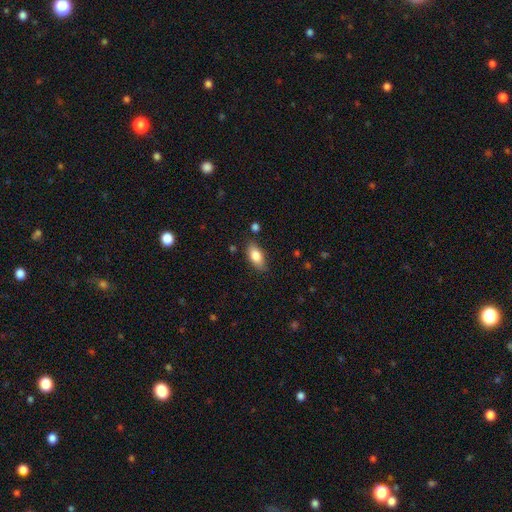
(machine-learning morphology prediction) Q: Smooth or featured?
A: smooth (81%); runner-up: featured or disk (12%)
Q: How rounded?
A: in between (87%); runner-up: cigar-shaped (10%)
Q: Merging?
A: none (83%); runner-up: minor disturbance (12%)